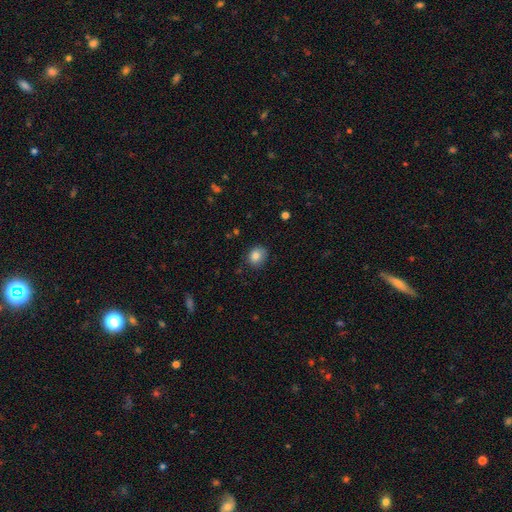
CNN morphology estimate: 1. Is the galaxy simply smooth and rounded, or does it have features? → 85% smooth, 9% star or artifact, 6% featured or disk.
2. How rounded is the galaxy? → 66% round, 33% in between, 1% cigar-shaped.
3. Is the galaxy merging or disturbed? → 78% none, 17% minor disturbance, 3% major disturbance, 1% merger.